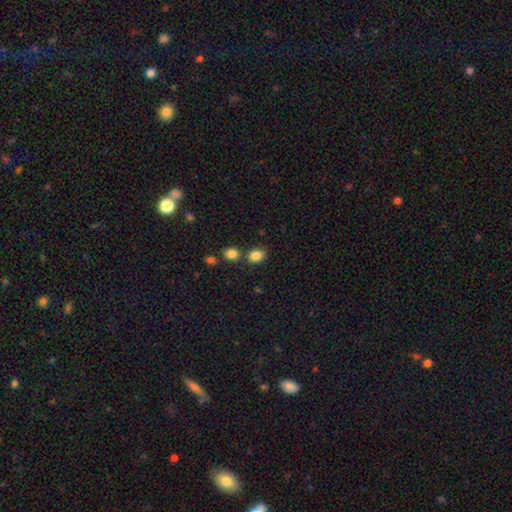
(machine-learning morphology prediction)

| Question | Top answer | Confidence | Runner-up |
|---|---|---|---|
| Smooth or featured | smooth | 85% | star or artifact (10%) |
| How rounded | in between | 52% | round (47%) |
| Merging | none | 69% | merger (17%) |